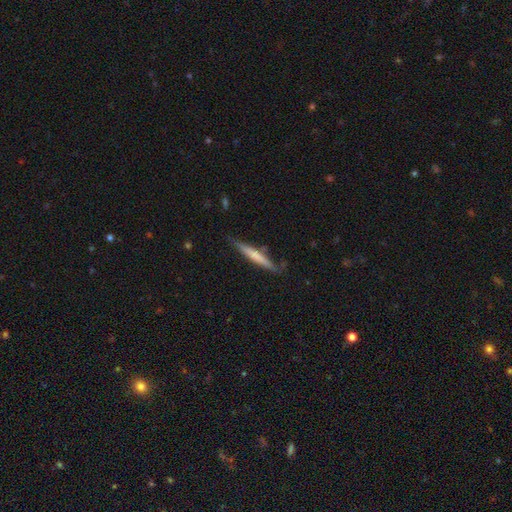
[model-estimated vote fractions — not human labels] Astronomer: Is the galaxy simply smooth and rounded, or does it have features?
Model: smooth — 55% (runner-up: featured or disk, 39%).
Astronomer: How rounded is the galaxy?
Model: cigar-shaped — 95%.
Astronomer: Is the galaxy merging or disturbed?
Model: none — 78%.